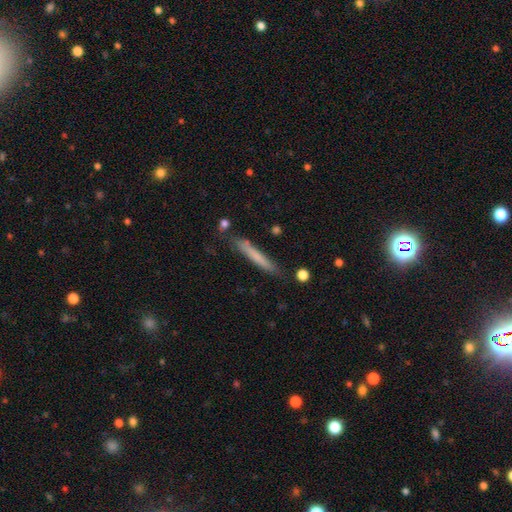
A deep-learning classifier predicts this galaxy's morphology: Smooth or featured? Predicted: smooth (p=0.67). How rounded? Predicted: cigar-shaped (p=0.96). Merging? Predicted: none (p=0.79).